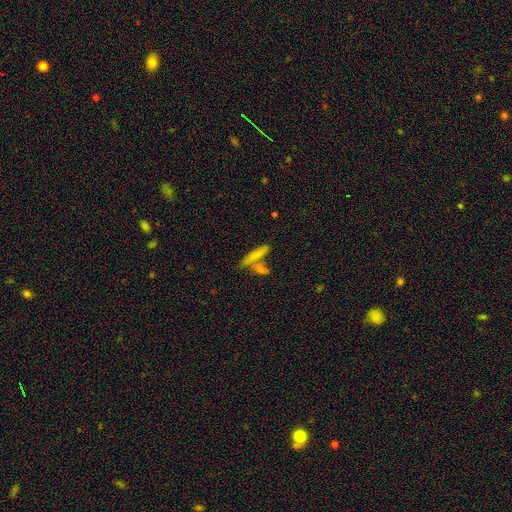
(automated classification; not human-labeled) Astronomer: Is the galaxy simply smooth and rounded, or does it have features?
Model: smooth — 72%.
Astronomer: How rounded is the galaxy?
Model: cigar-shaped — 77%.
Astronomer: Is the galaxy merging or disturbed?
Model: none — 50% (runner-up: merger, 37%).